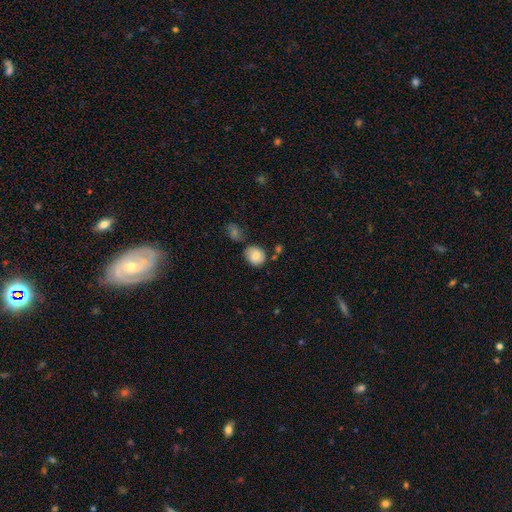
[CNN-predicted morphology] Smooth or featured: smooth — 77% (featured or disk — 14%)
How rounded: round — 68% (in between — 31%)
Merging: none — 62% (minor disturbance — 23%)